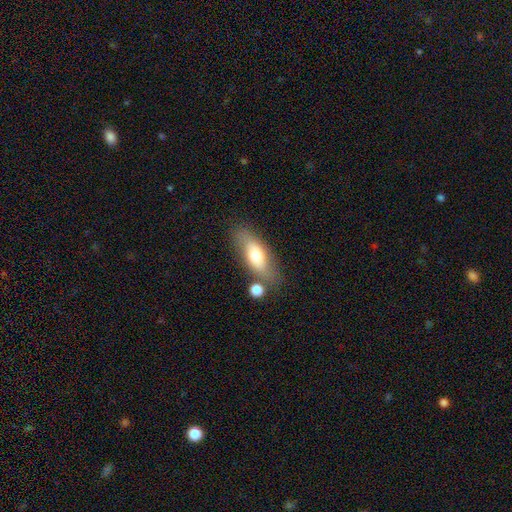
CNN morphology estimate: smooth 65%, featured or disk 28%, star or artifact 7%. Down the decision tree: how rounded — in between (66%); merging — none (68%).